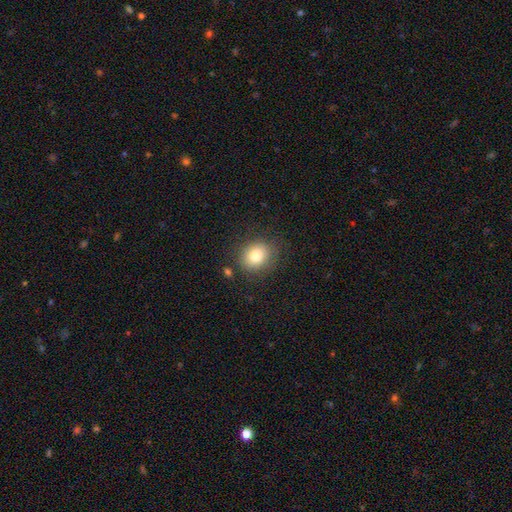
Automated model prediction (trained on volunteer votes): This appears to be a smooth galaxy with no disk features (80%) that is round (64%). Merging: none (81%).